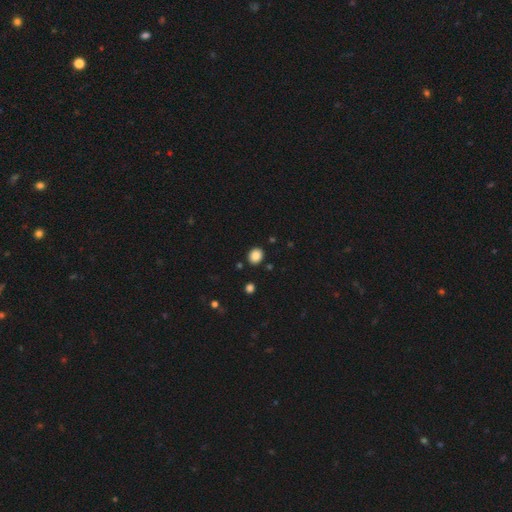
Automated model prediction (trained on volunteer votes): Morphology: type=smooth (87%); roundness=round (58%); merging=none (89%).